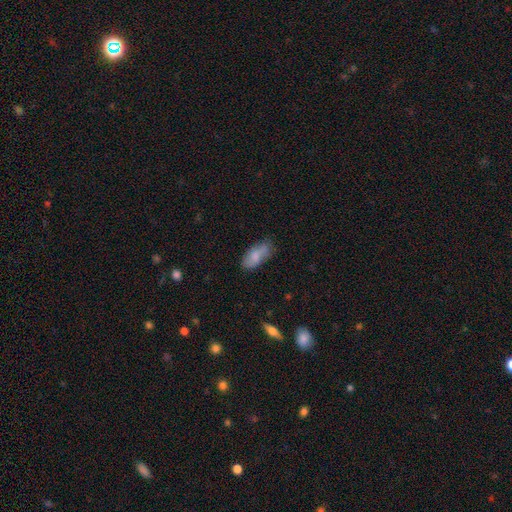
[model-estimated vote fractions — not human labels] Smooth or featured? Predicted: smooth (p=0.76). How rounded? Predicted: in between (p=0.88). Merging? Predicted: none (p=0.60).